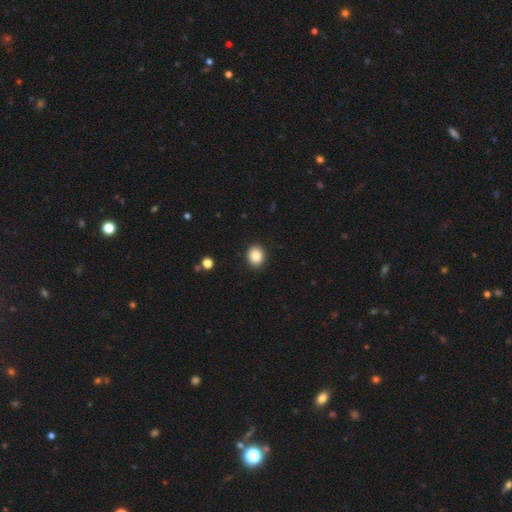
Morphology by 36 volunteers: This appears to be a smooth galaxy with no disk features (83%) that is round (57%). Merging: none (91%).